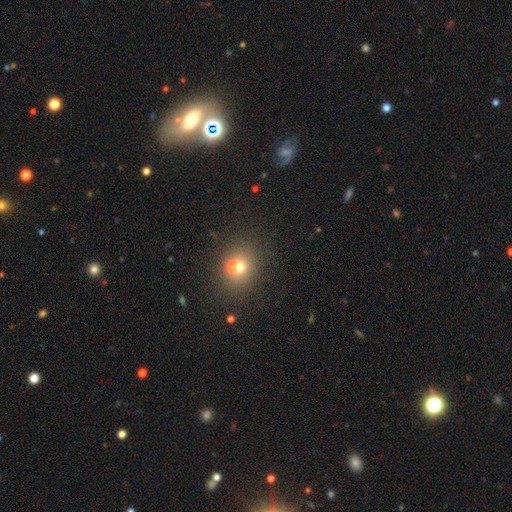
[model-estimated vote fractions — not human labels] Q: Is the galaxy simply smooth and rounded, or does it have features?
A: smooth — 57%.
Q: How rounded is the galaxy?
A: round — 69%.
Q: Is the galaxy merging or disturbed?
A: none — 83%.